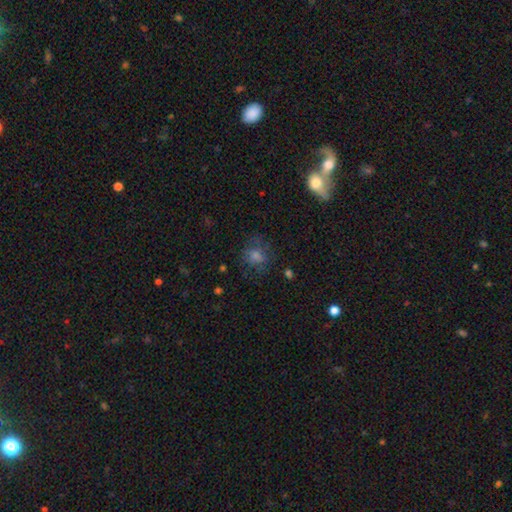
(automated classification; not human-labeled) Smooth or featured? smooth (57%)
How rounded? round (71%)
Merging? none (67%)